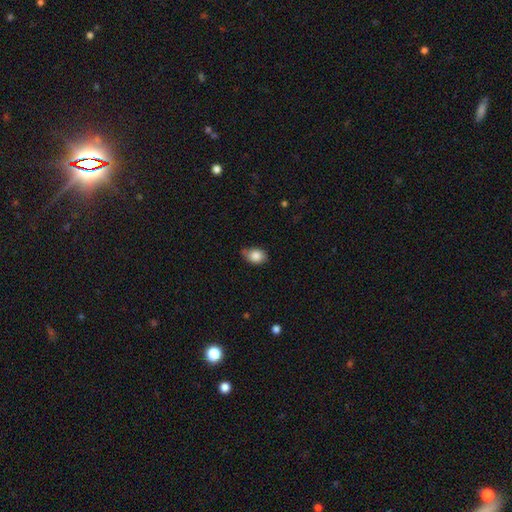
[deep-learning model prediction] Smooth or featured?
  - smooth: 85% *
  - star or artifact: 8%
  - featured or disk: 7%
How rounded?
  - in between: 71% *
  - round: 28%
  - cigar-shaped: 1%
Merging?
  - none: 64% *
  - minor disturbance: 29%
  - major disturbance: 4%
  - merger: 3%